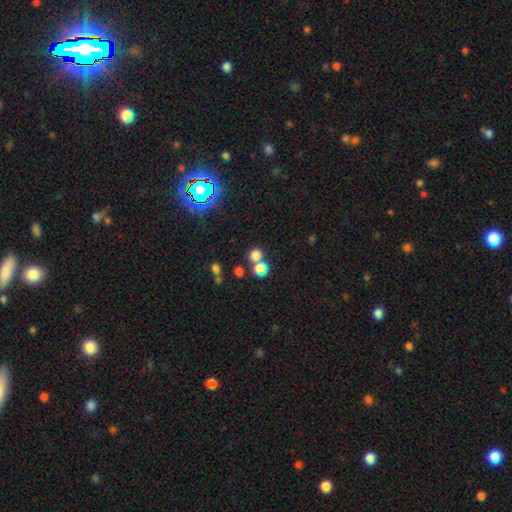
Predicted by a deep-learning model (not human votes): smooth-or-featured: smooth: 74% | star or artifact: 19% | featured or disk: 7%
  how-rounded: round: 86% | in between: 13% | cigar-shaped: 1%
  merging: none: 58% | merger: 33% | minor disturbance: 7% | major disturbance: 3%